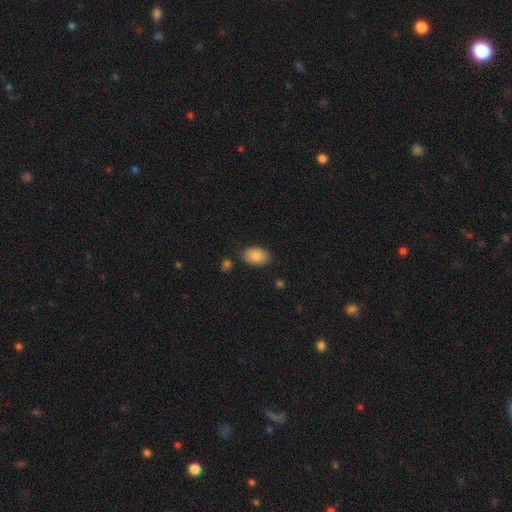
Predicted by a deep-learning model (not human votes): smooth-or-featured: smooth: 86% | featured or disk: 7% | star or artifact: 7%
  how-rounded: in between: 89% | round: 10% | cigar-shaped: 1%
  merging: none: 81% | minor disturbance: 13% | merger: 3% | major disturbance: 3%